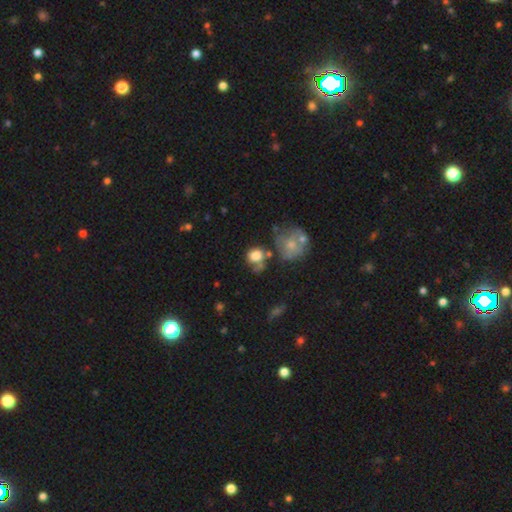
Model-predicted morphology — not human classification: smooth 73%, featured or disk 15%, star or artifact 12%. Down the decision tree: how rounded — round (67%); merging — none (42%).